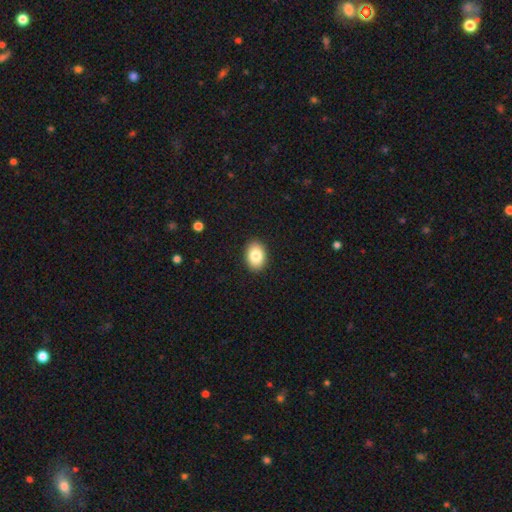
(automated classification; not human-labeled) smooth 84%, featured or disk 8%, star or artifact 8%. Down the decision tree: how rounded — in between (79%); merging — none (91%).